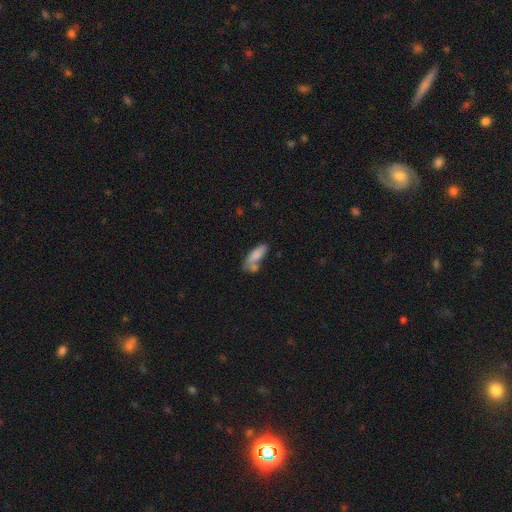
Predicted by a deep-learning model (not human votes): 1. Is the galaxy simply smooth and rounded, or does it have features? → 81% smooth, 12% featured or disk, 8% star or artifact.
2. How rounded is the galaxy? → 59% in between, 39% cigar-shaped, 2% round.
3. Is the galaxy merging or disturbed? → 43% none, 32% merger, 18% minor disturbance, 7% major disturbance.